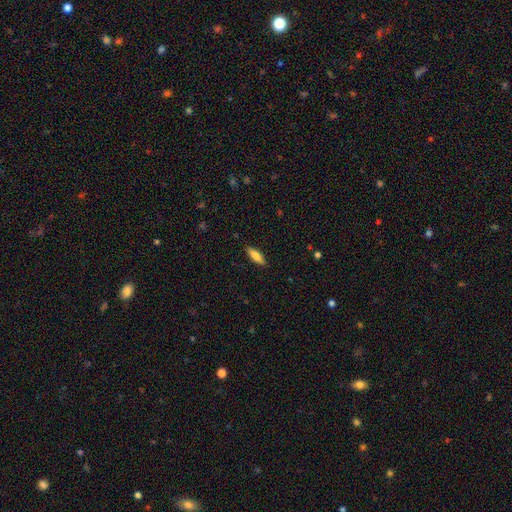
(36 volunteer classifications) Smooth or featured? 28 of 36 (78%) said smooth. How rounded? 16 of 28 (57%) said cigar-shaped. Merging? 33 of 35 (94%) said none.